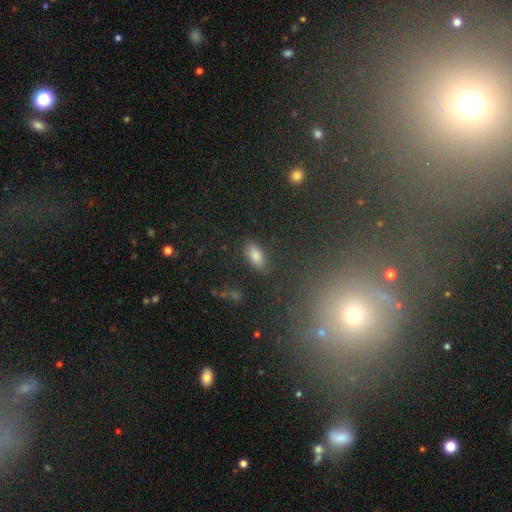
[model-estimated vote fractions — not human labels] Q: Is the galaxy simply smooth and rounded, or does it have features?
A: smooth — 82%.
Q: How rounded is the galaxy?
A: in between — 91%.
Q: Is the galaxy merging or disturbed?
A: none — 82%.